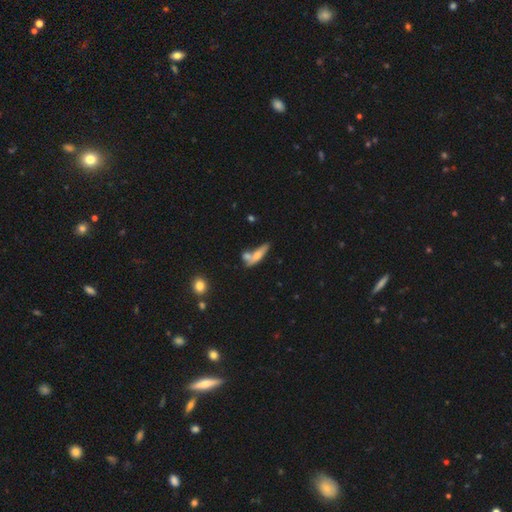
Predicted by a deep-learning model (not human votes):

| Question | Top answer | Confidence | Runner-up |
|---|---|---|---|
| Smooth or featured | smooth | 60% | featured or disk (30%) |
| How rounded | cigar-shaped | 61% | in between (35%) |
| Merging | none | 39% | tied: merger (39%) |